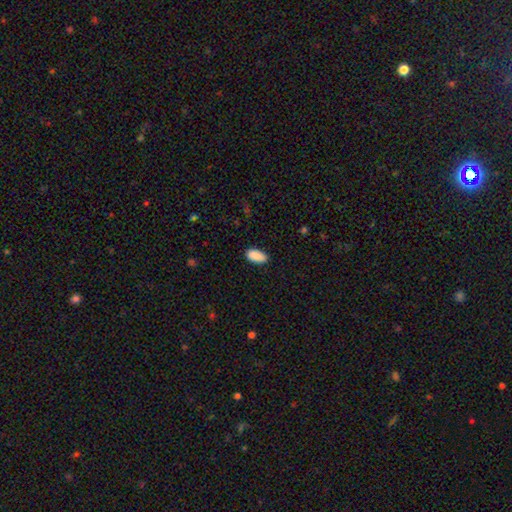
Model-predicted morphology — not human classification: Smooth or featured?
  - smooth: 90% *
  - star or artifact: 7%
  - featured or disk: 3%
How rounded?
  - in between: 93% *
  - cigar-shaped: 5%
  - round: 2%
Merging?
  - none: 84% *
  - minor disturbance: 12%
  - major disturbance: 2%
  - merger: 1%